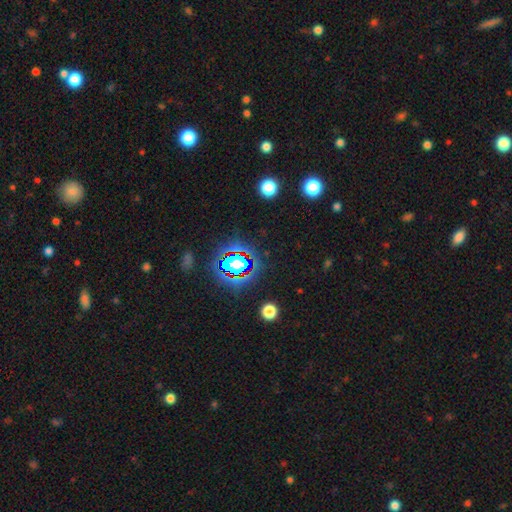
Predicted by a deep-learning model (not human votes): Smooth or featured?
  - star or artifact: 78% *
  - smooth: 14%
  - featured or disk: 9%